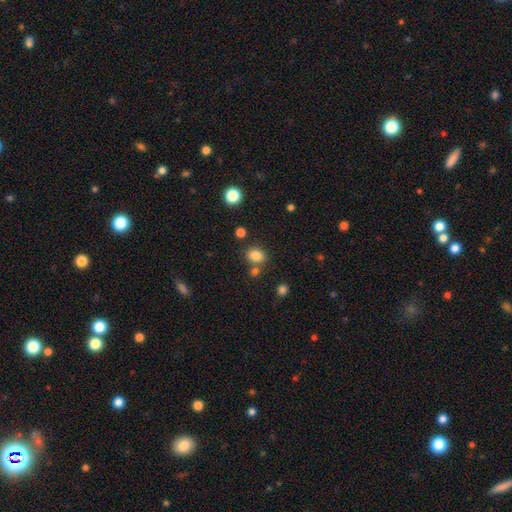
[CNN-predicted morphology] Smooth or featured?
  - smooth: 82% *
  - star or artifact: 12%
  - featured or disk: 5%
How rounded?
  - in between: 53% *
  - round: 46%
  - cigar-shaped: 1%
Merging?
  - none: 71% *
  - merger: 14%
  - minor disturbance: 11%
  - major disturbance: 4%